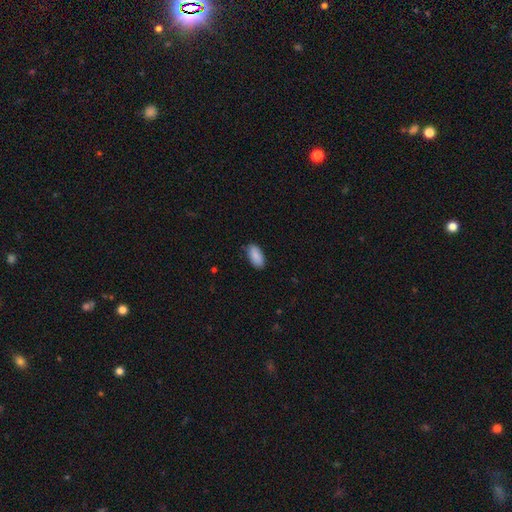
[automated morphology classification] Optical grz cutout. It shows a smooth galaxy with no disk features (90%) that is in between round and cigar-shaped (93%). Merging: none (83%).